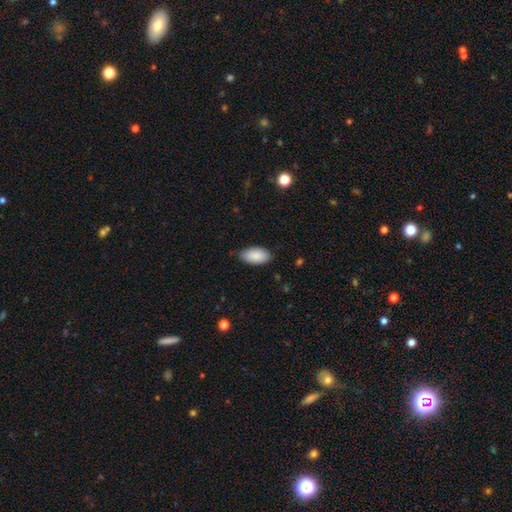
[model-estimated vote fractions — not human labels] This appears to be a smooth galaxy with no disk features (89%) that is in between round and cigar-shaped (95%). Merging: none (80%).